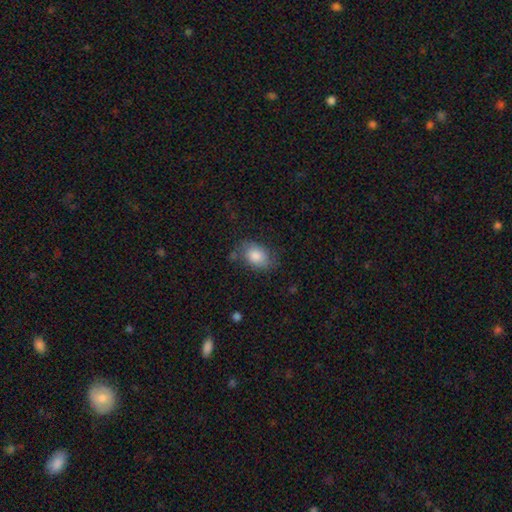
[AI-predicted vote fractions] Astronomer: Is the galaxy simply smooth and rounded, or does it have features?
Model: smooth — 79%.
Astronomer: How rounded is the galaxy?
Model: in between — 83%.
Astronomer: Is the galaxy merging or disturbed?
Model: none — 65%.